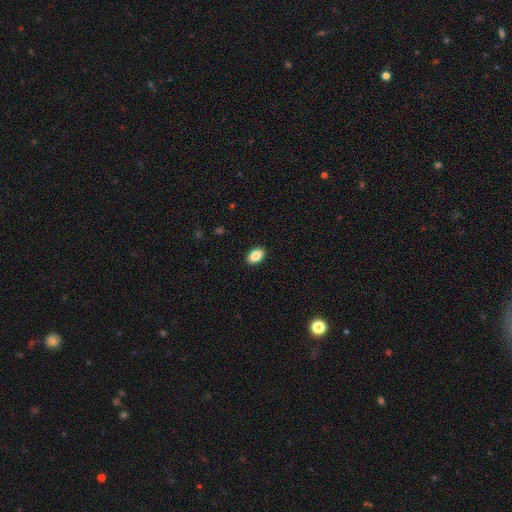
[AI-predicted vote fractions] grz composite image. It shows a smooth galaxy with no disk features (88%) that is in between round and cigar-shaped (89%). Merging: none (90%).